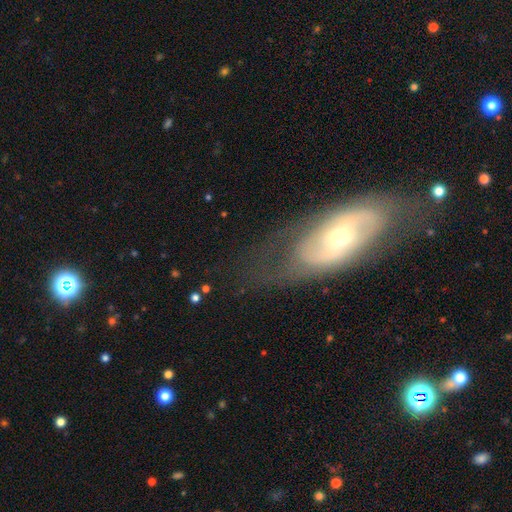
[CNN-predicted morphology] smooth-or-featured: featured or disk: 72% | smooth: 20% | star or artifact: 9%
  disk-edge-on: no: 88% | yes: 12%
    bar: no: 58% | weak: 29% | strong: 13%
    has-spiral-arms: yes: 72% | no: 28%
    bulge-size: small: 53% | moderate: 42% | large: 3% | dominant: 1% | none: 1%
  merging: none: 71% | minor disturbance: 17% | major disturbance: 11% | merger: 2%